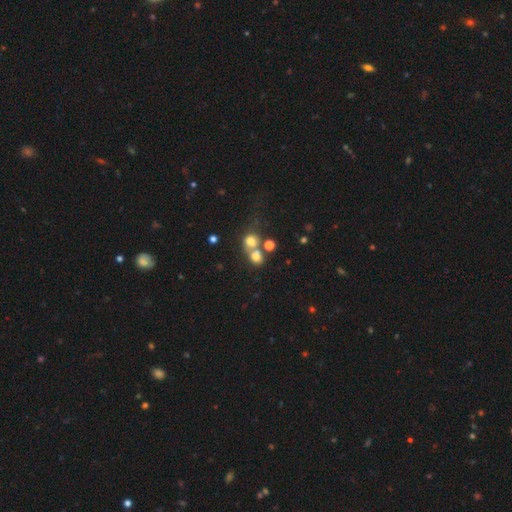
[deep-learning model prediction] Q: Smooth or featured?
A: smooth (70%); runner-up: star or artifact (17%)
Q: How rounded?
A: round (75%); runner-up: in between (24%)
Q: Merging?
A: merger (49%); runner-up: none (38%)